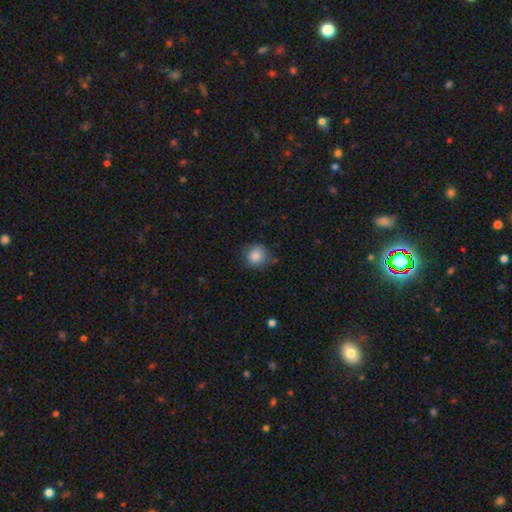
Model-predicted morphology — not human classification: type=smooth (85%); roundness=round (86%); merging=none (71%).